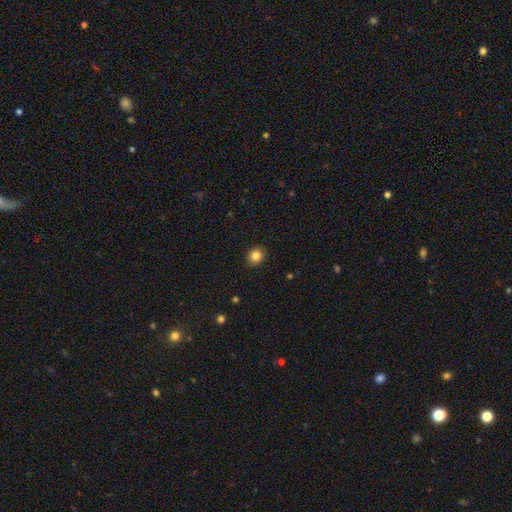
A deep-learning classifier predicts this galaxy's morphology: type=smooth (84%); roundness=round (72%); merging=none (90%).